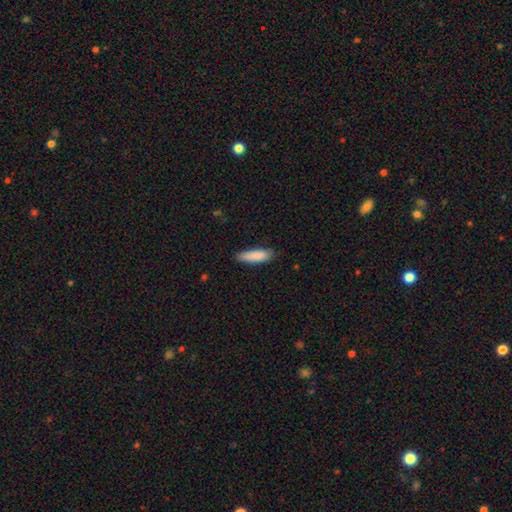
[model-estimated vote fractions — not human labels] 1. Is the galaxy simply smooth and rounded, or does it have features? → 87% smooth, 7% featured or disk, 6% star or artifact.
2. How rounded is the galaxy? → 57% cigar-shaped, 41% in between, 1% round.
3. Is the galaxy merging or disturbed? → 78% none, 18% minor disturbance, 3% major disturbance, 1% merger.